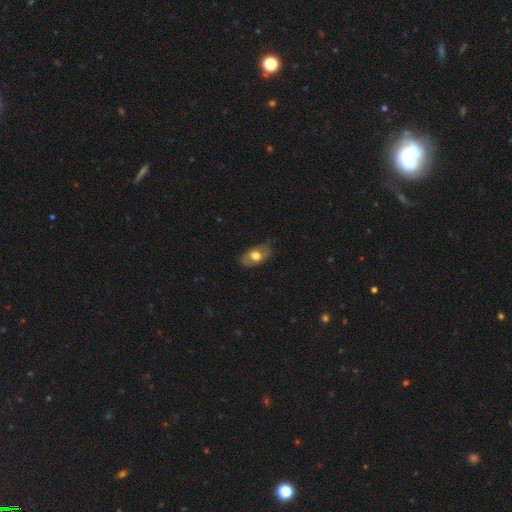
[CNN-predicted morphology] A smooth galaxy with no disk features (61%) that is in between round and cigar-shaped (88%). Merging: none (75%).